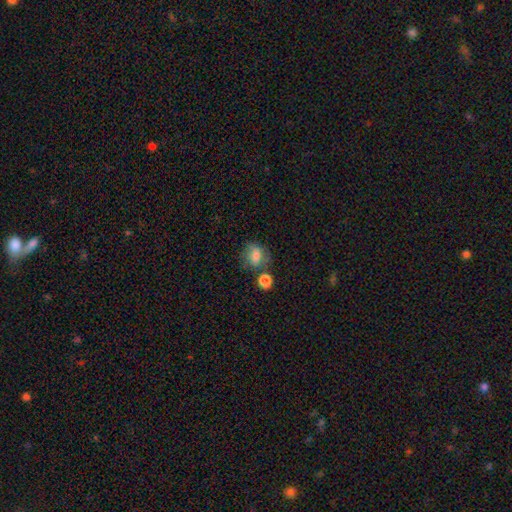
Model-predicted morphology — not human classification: This is likely a smooth galaxy (72%). How rounded: possibly round (50%). Merging: possibly none (51%).